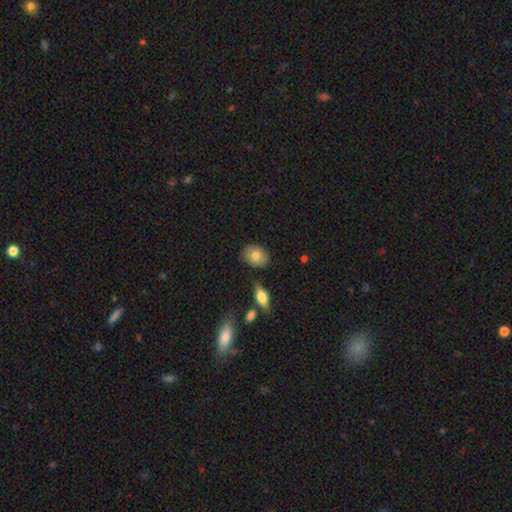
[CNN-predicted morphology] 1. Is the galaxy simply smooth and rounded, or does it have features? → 76% smooth, 17% featured or disk, 7% star or artifact.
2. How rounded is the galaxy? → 60% in between, 38% round, 2% cigar-shaped.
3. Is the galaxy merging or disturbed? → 80% none, 13% minor disturbance, 3% merger, 3% major disturbance.